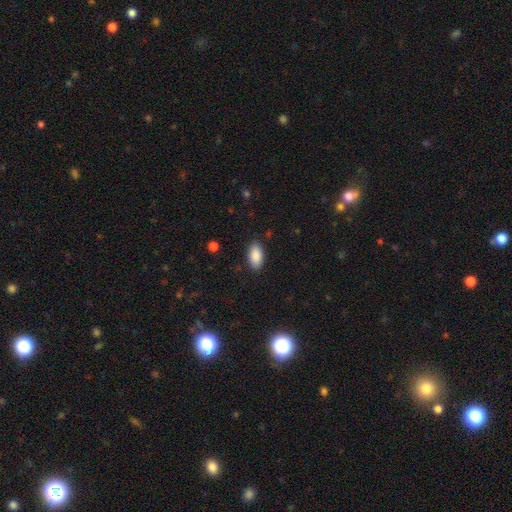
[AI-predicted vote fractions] Smooth or featured: smooth — 89% (star or artifact — 7%)
How rounded: in between — 94% (cigar-shaped — 3%)
Merging: none — 88% (minor disturbance — 9%)